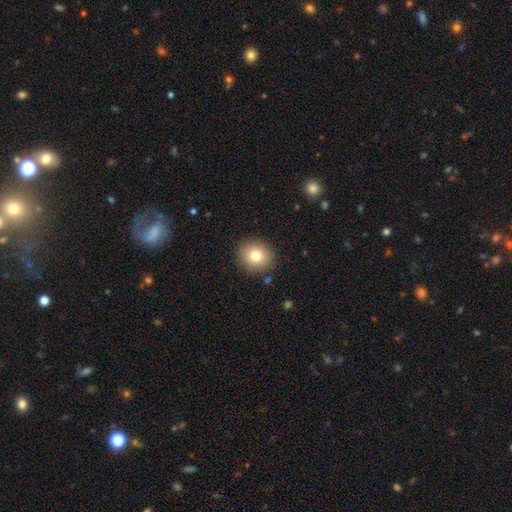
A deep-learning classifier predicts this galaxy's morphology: Overall: smooth (79%). How rounded: round (78%). Merging: none (88%).